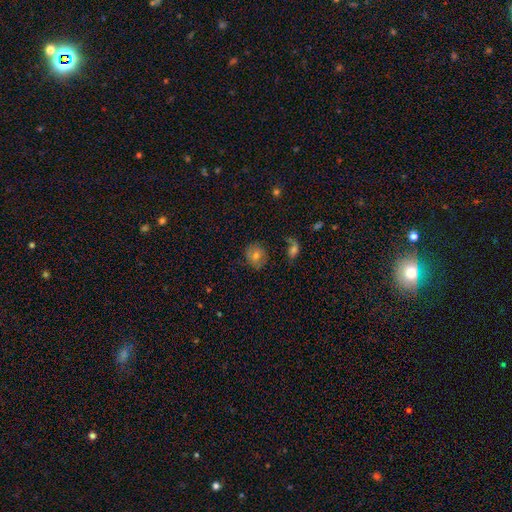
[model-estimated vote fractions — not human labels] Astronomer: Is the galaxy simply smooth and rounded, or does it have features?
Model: smooth — 60%.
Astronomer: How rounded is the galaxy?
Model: round — 73%.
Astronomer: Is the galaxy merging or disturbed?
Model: none — 76%.